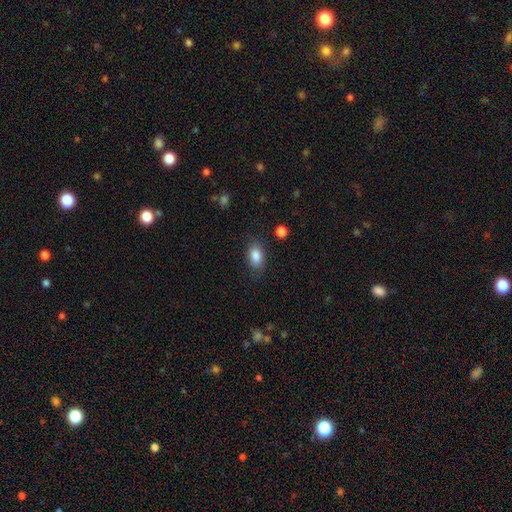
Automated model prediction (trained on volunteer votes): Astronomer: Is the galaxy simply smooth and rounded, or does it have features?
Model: smooth — 86%.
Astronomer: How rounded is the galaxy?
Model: in between — 88%.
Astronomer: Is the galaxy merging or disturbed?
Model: none — 79%.